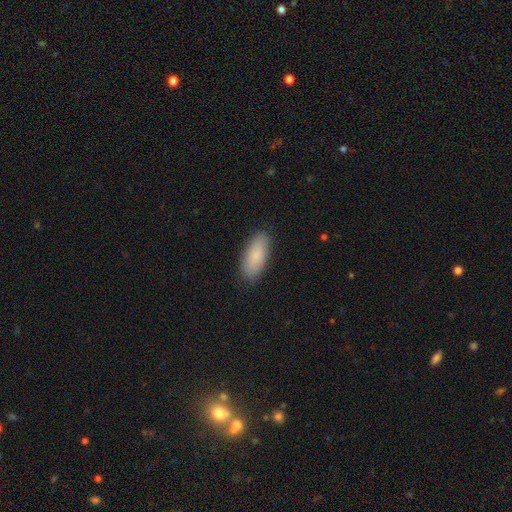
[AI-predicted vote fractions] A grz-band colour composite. It shows a smooth galaxy with no disk features (86%) that is in between round and cigar-shaped (84%). Merging: none (87%).